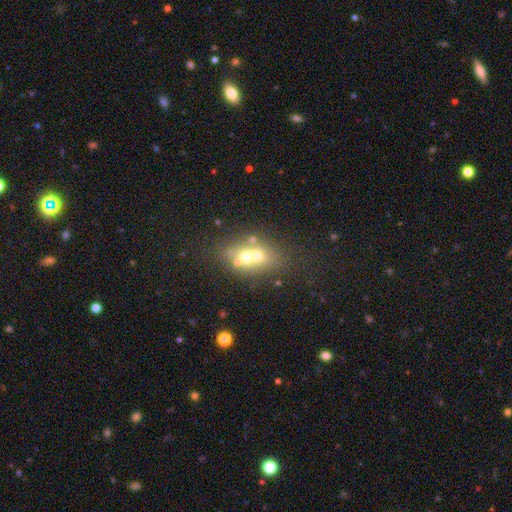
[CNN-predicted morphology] This is possibly a smooth galaxy (48%). Merging: possibly merger (47%).